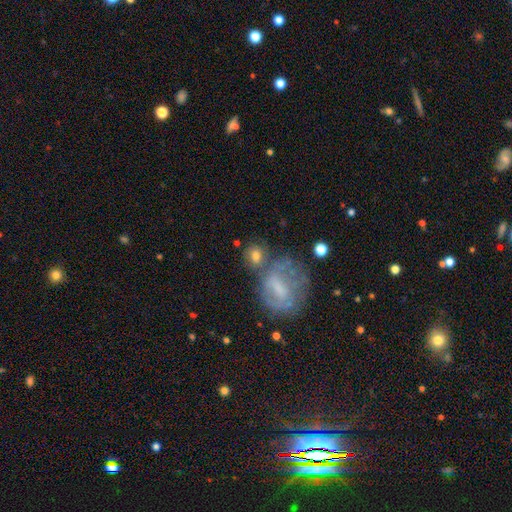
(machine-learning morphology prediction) type=smooth (67%); roundness=round (68%); merging=none (53%).